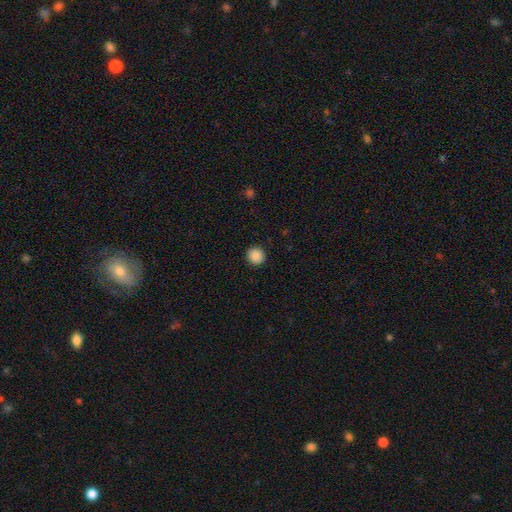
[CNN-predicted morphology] A smooth galaxy with no disk features (88%) that is round (91%). Merging: none (92%).